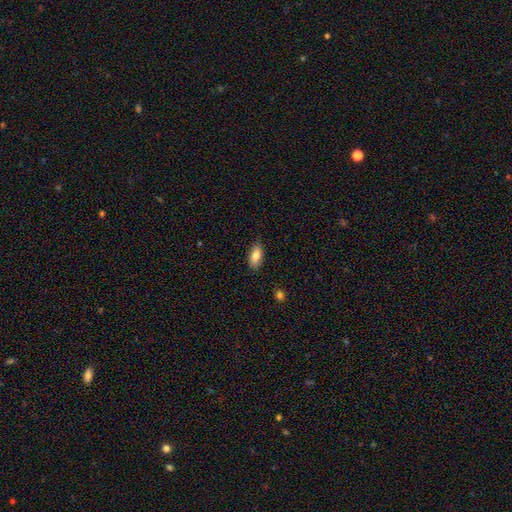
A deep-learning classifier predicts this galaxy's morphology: This appears to be a smooth galaxy with no disk features (81%) that is in between round and cigar-shaped (86%). Merging: none (84%).